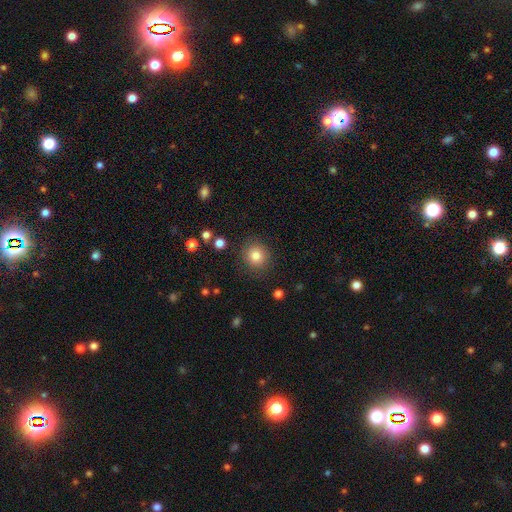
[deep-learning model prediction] smooth_or_featured: smooth (p=0.82) [alt: star or artifact p=0.11]
how_rounded: round (p=0.87) [alt: in between p=0.13]
merging: none (p=0.87) [alt: minor disturbance p=0.09]